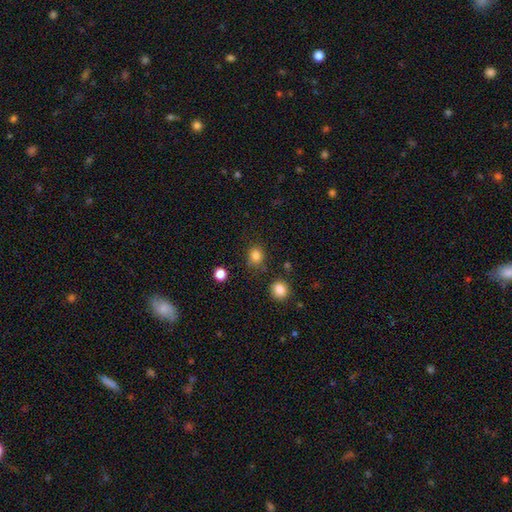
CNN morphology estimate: Smooth or featured?
  - smooth: 83% *
  - star or artifact: 13%
  - featured or disk: 4%
How rounded?
  - round: 76% *
  - in between: 24%
  - cigar-shaped: 1%
Merging?
  - none: 79% *
  - minor disturbance: 13%
  - merger: 4%
  - major disturbance: 4%